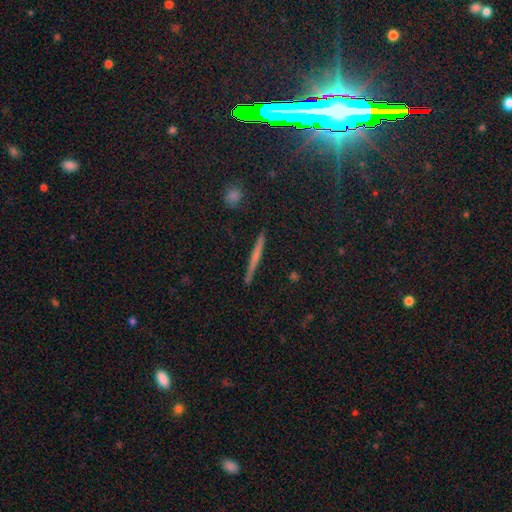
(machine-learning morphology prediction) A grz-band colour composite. It shows a featured or disk galaxy (45%). Merging: none (91%).